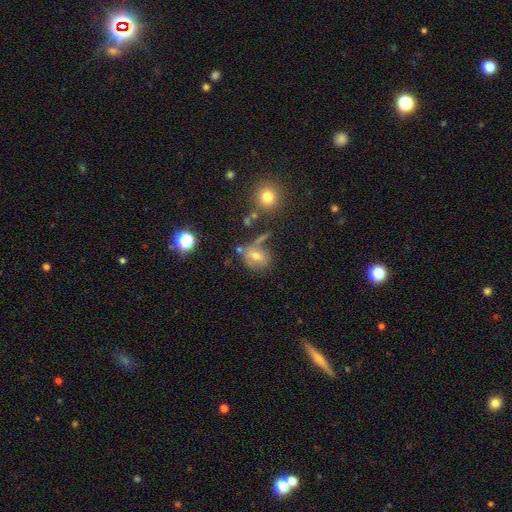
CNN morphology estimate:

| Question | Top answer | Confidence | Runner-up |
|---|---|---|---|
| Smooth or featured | smooth | 57% | featured or disk (26%) |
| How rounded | round | 57% | in between (41%) |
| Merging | none | 53% | minor disturbance (19%) |